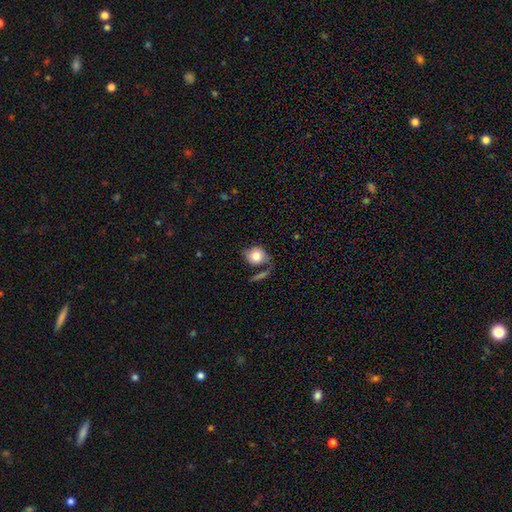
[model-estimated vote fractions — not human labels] Smooth or featured? Predicted: smooth (p=0.77). How rounded? Predicted: round (p=0.62). Merging? Predicted: none (p=0.49).